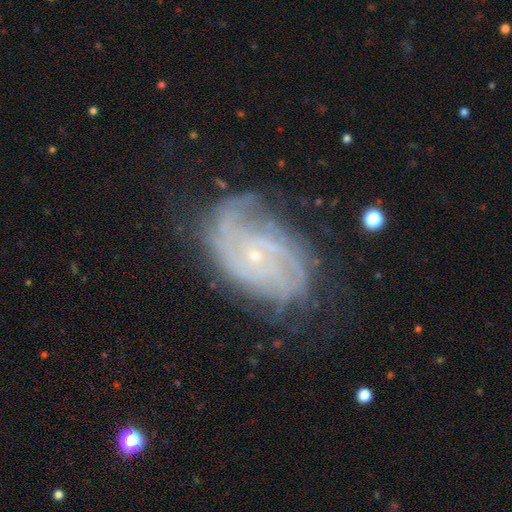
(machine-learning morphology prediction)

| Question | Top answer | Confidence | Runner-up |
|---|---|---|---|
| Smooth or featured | featured or disk | 85% | smooth (8%) |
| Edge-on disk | no | 97% | yes (3%) |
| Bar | no | 74% | weak (21%) |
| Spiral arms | yes | 95% | no (5%) |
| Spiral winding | tight | 62% | medium (29%) |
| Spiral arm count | can't tell | 33% | 2 (21%) |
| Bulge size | small | 86% | moderate (10%) |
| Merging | none | 63% | minor disturbance (23%) |